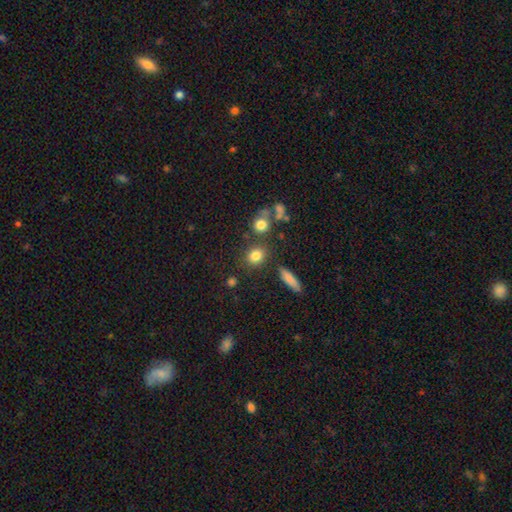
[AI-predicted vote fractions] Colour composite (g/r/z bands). It shows a smooth galaxy with no disk features (81%) that is round (66%). Merging: none (73%).